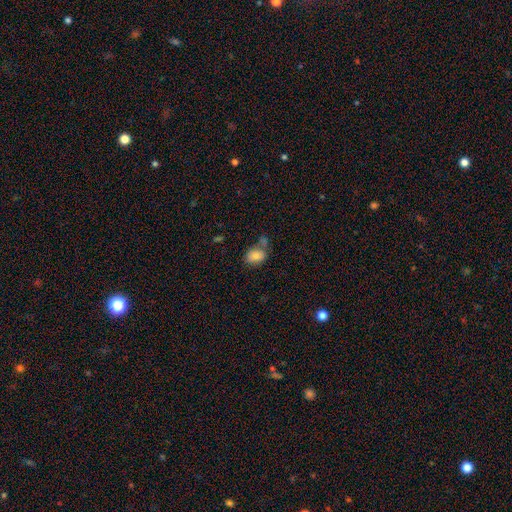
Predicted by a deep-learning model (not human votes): Smooth or featured?
  - smooth: 80% *
  - featured or disk: 11%
  - star or artifact: 9%
How rounded?
  - in between: 74% *
  - round: 25%
  - cigar-shaped: 1%
Merging?
  - none: 54% *
  - merger: 23%
  - minor disturbance: 17%
  - major disturbance: 6%